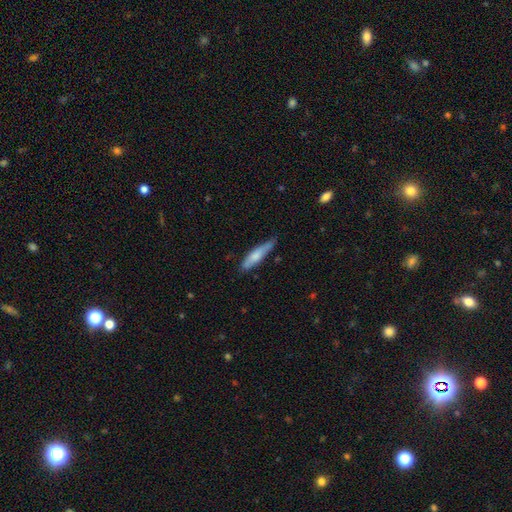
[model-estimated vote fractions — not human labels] Smooth or featured: smooth — 70% (featured or disk — 25%)
How rounded: cigar-shaped — 83% (in between — 16%)
Merging: none — 69% (minor disturbance — 25%)